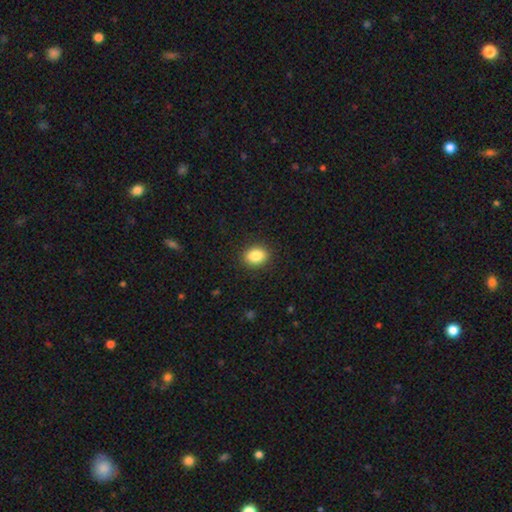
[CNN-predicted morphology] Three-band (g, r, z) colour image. It shows a smooth galaxy with no disk features (87%) that is in between round and cigar-shaped (68%). Merging: none (90%).